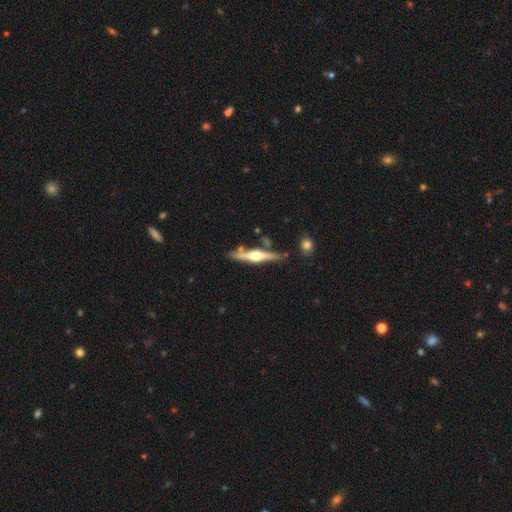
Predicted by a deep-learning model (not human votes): A featured or disk galaxy (74%) viewed edge-on (98%) with a rounded central bulge (93%).

Vote fractions:
- Smooth or featured? featured or disk: 74% / smooth: 21% / star or artifact: 5%
- Edge-on disk? yes: 98% / no: 2%
- Edge-on bulge? rounded: 93% / boxy: 4% / none: 2%
- Merging? none: 80% / minor disturbance: 12% / merger: 6% / major disturbance: 2%